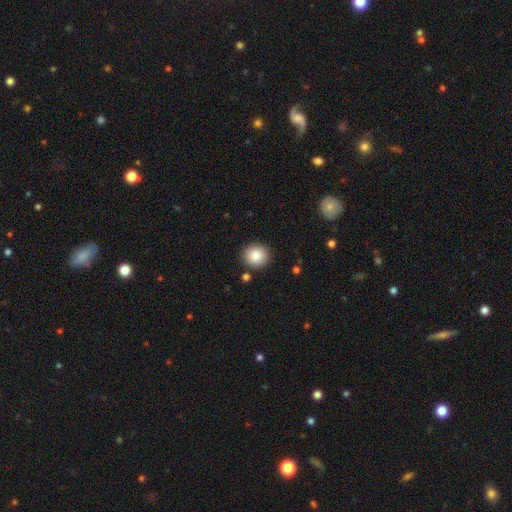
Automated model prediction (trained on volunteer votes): smooth_or_featured: smooth (p=0.85) [alt: star or artifact p=0.08]
how_rounded: round (p=0.88) [alt: in between p=0.11]
merging: none (p=0.89) [alt: minor disturbance p=0.07]